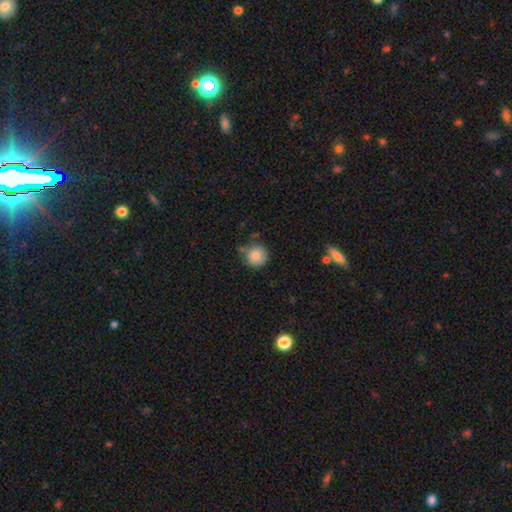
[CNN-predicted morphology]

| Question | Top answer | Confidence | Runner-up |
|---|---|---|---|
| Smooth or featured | smooth | 84% | star or artifact (9%) |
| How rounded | round | 94% | in between (5%) |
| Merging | none | 72% | minor disturbance (18%) |